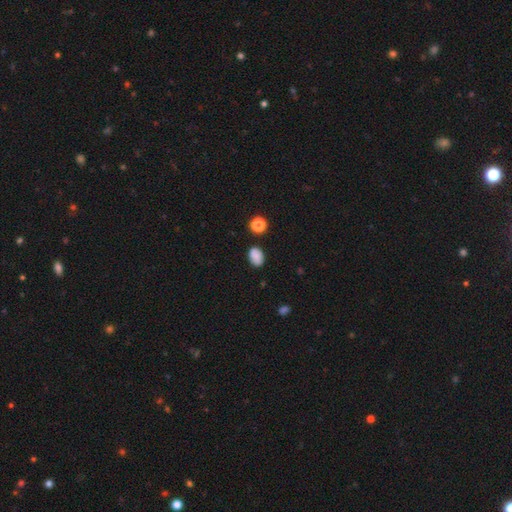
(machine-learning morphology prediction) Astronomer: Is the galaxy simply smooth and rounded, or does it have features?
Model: smooth — 83%.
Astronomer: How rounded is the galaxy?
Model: in between — 81%.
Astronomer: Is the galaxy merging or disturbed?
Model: none — 78%.